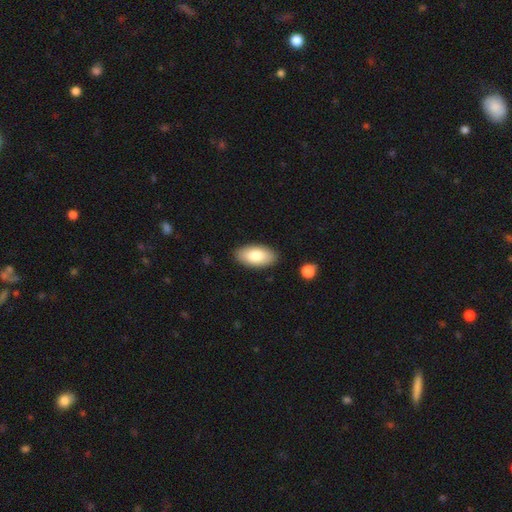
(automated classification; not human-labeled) Smooth or featured? Predicted: smooth (p=0.81). How rounded? Predicted: in between (p=0.95). Merging? Predicted: none (p=0.88).